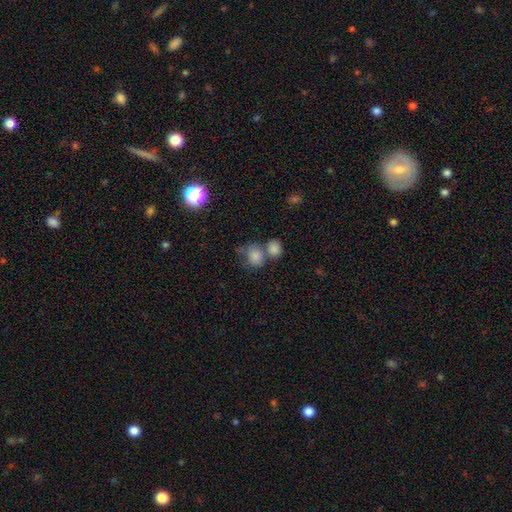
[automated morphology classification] smooth_or_featured: smooth (p=0.73) [alt: star or artifact p=0.15]
how_rounded: round (p=0.68) [alt: in between p=0.30]
merging: merger (p=0.40) [alt: none p=0.39]